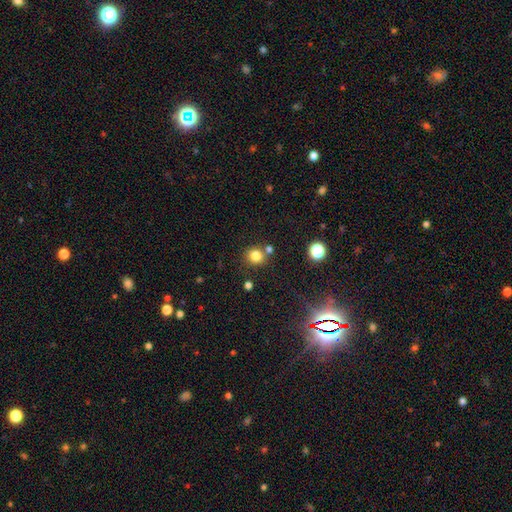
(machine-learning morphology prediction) The model was most divided on "merging": none: 74%, merger: 13%, minor disturbance: 10%, major disturbance: 3%. More confident: how rounded — round (87%); smooth or featured — smooth (81%).